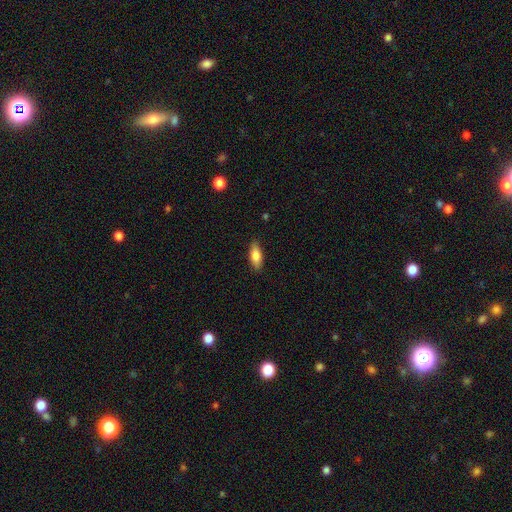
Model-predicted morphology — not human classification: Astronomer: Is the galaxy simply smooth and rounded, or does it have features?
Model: smooth — 81%.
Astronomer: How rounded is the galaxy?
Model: in between — 76%.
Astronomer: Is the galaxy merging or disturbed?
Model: none — 87%.